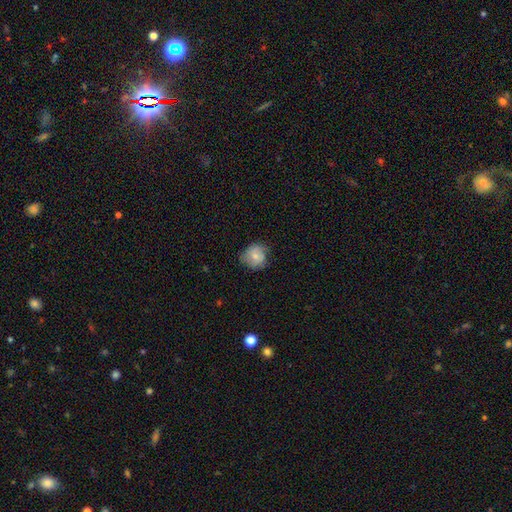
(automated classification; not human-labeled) Q: Smooth or featured?
A: smooth (69%); runner-up: featured or disk (23%)
Q: How rounded?
A: round (81%); runner-up: in between (18%)
Q: Merging?
A: none (65%); runner-up: minor disturbance (27%)